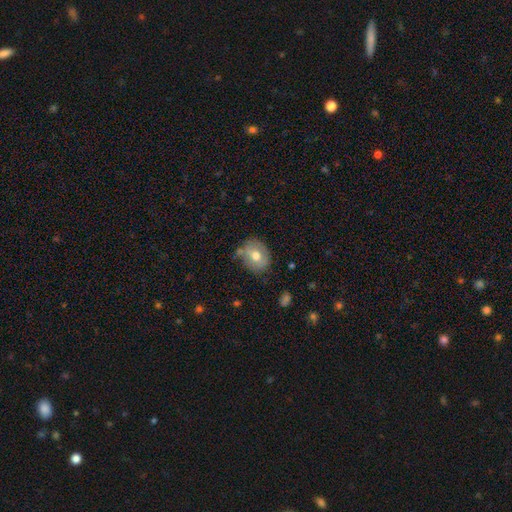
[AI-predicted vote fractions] Morphology: type=smooth (64%); roundness=round (58%); merging=none (67%).